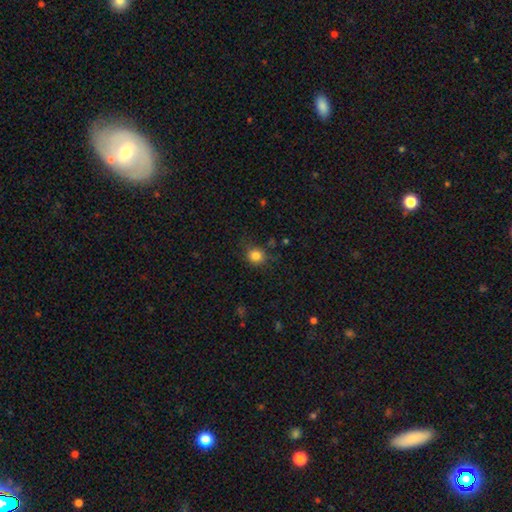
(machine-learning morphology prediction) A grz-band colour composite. It shows a smooth galaxy with no disk features (83%) that is round (86%). Merging: none (80%).